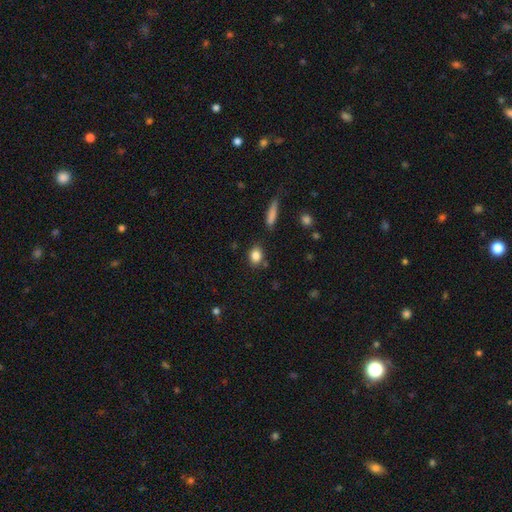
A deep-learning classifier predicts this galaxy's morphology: This appears to be a smooth galaxy with no disk features (84%) that is in between round and cigar-shaped (63%). Merging: none (79%).